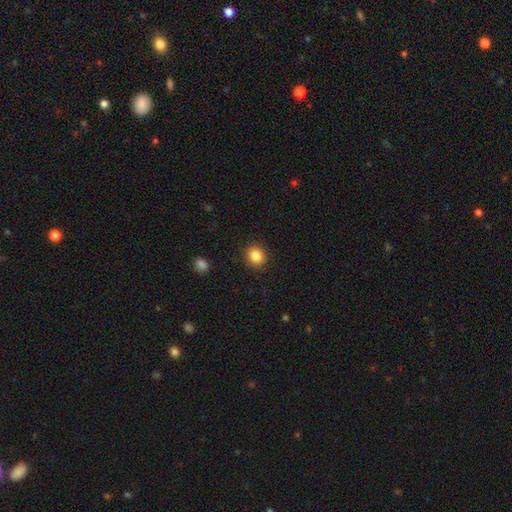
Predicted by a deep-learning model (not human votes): Overall: smooth (85%). How rounded: round (80%). Merging: none (90%).